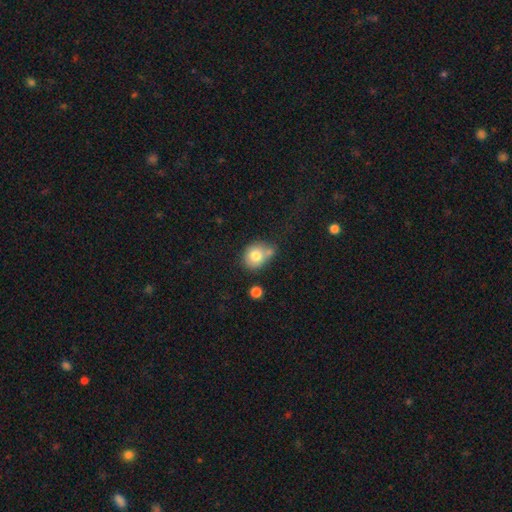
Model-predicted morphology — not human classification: This appears to be a smooth galaxy with no disk features (76%) that is round (69%). Merging: none (49%).